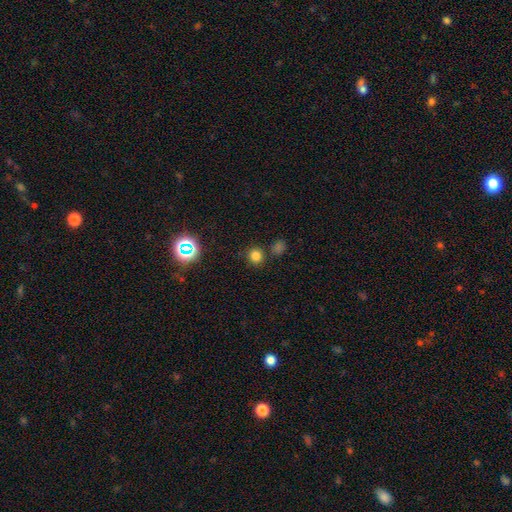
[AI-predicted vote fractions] This appears to be a smooth galaxy with no disk features (76%) that is round (90%). Merging: none (82%).